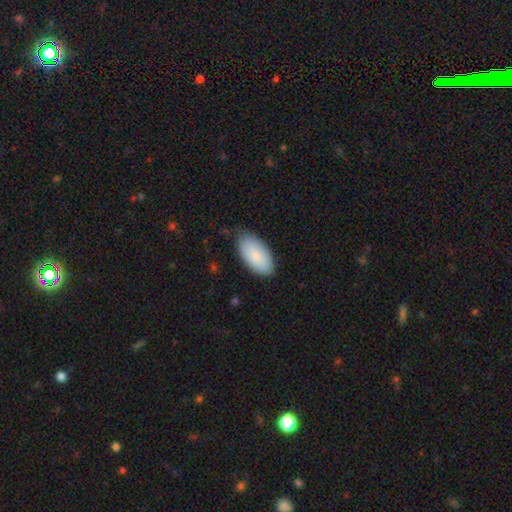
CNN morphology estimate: Smooth or featured? Predicted: smooth (p=0.85). How rounded? Predicted: in between (p=0.95). Merging? Predicted: none (p=0.77).